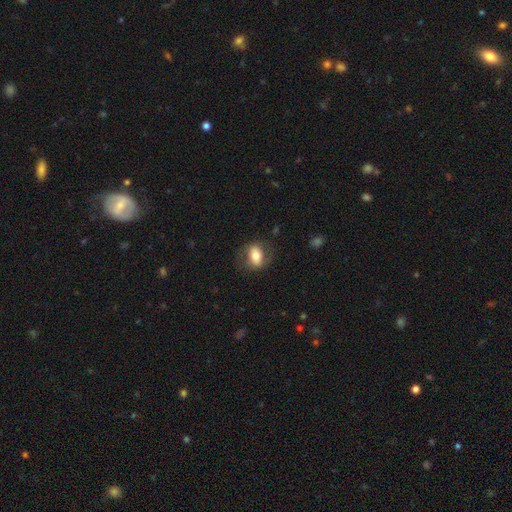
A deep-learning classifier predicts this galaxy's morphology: The model was most divided on "smooth or featured": smooth: 65%, featured or disk: 28%, star or artifact: 7%. More confident: how rounded — in between (79%); merging — none (70%).